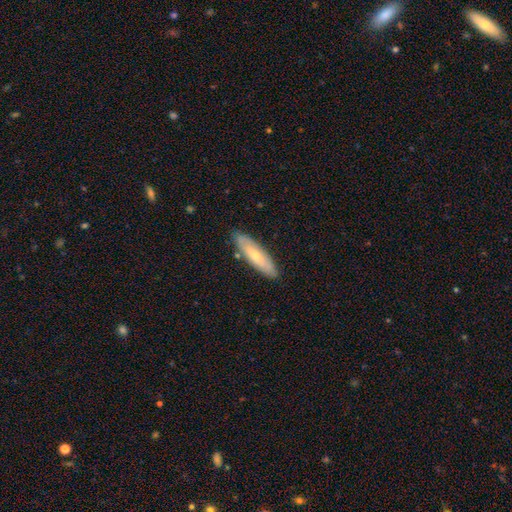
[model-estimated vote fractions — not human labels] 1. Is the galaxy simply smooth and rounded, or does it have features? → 54% smooth, 40% featured or disk, 6% star or artifact.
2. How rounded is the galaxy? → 67% cigar-shaped, 31% in between, 2% round.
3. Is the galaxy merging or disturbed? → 85% none, 11% minor disturbance, 2% major disturbance, 2% merger.